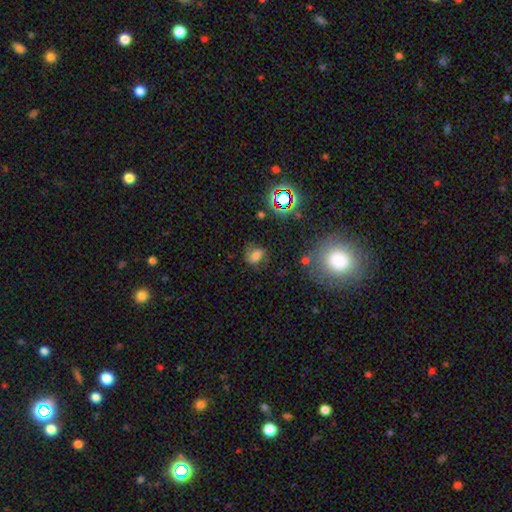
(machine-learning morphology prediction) Smooth or featured? smooth (46%)
Merging? none (64%)